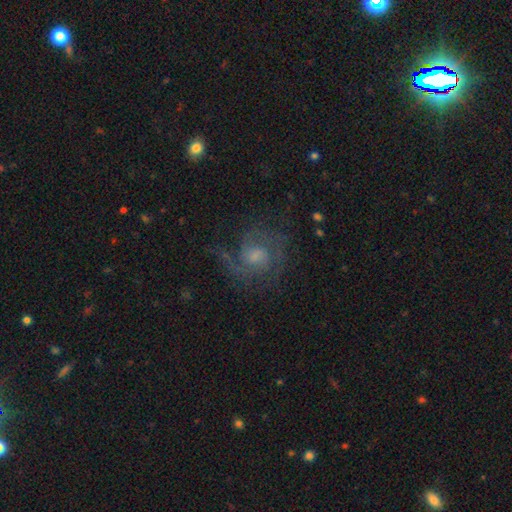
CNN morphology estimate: Q: Smooth or featured?
A: featured or disk (78%); runner-up: smooth (13%)
Q: Edge-on disk?
A: no (98%); runner-up: yes (2%)
Q: Bar?
A: no (58%); runner-up: weak (37%)
Q: Spiral arms?
A: yes (94%); runner-up: no (6%)
Q: Spiral winding?
A: medium (50%); runner-up: tight (28%)
Q: Spiral arm count?
A: 2 (56%); runner-up: can't tell (15%)
Q: Bulge size?
A: moderate (42%); runner-up: small (36%)
Q: Merging?
A: none (63%); runner-up: major disturbance (18%)